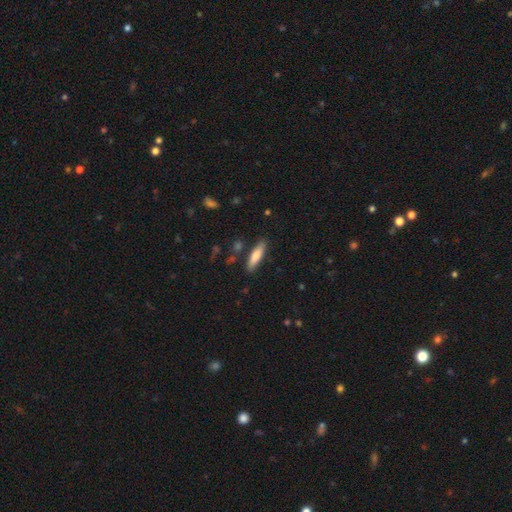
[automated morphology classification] smooth-or-featured: smooth: 74% | featured or disk: 20% | star or artifact: 6%
  how-rounded: cigar-shaped: 70% | in between: 29% | round: 2%
  merging: none: 85% | minor disturbance: 10% | merger: 3% | major disturbance: 2%